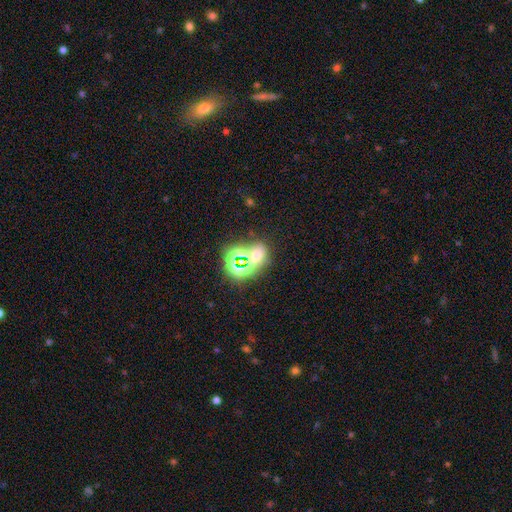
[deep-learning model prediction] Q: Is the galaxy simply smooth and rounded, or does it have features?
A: star or artifact — 50%.